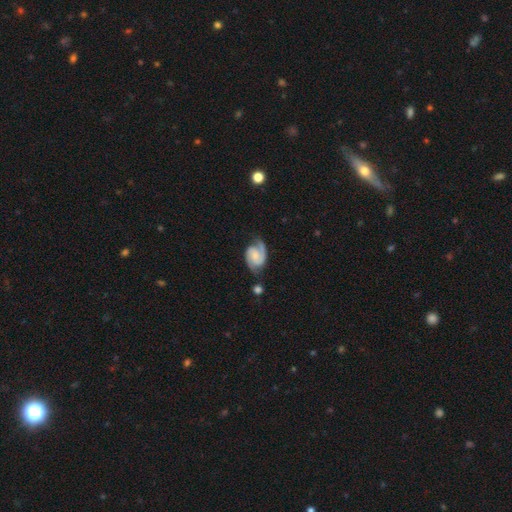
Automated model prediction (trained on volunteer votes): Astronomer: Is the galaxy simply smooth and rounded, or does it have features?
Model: featured or disk — 82%.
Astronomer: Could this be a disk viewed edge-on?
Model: no — 98%.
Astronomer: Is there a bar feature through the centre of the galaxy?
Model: no — 54% (runner-up: weak, 37%).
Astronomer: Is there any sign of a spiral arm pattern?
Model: yes — 97%.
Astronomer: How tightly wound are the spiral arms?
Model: medium — 46% (runner-up: tight, 38%).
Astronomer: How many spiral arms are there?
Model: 2 — 84%.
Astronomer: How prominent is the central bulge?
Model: small — 36% (runner-up: none, 33%).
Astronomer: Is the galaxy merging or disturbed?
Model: none — 62%.